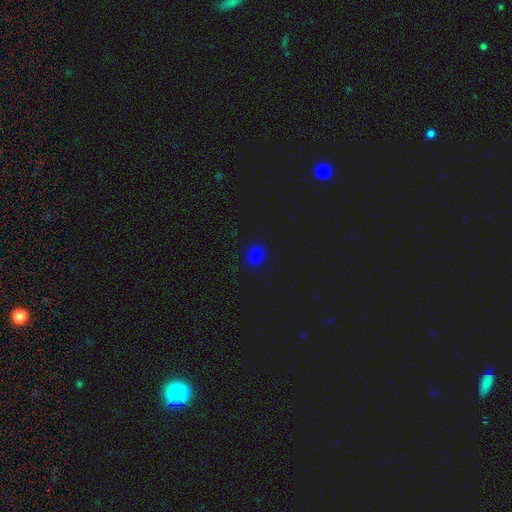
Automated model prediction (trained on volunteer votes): This appears to be a smooth galaxy with no disk features (79%) that is round (54%). Merging: none (88%).